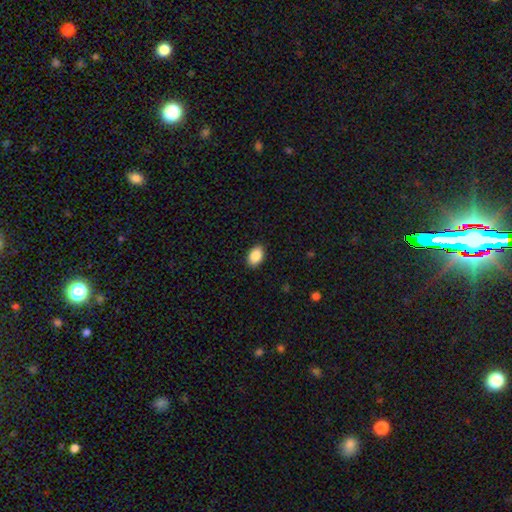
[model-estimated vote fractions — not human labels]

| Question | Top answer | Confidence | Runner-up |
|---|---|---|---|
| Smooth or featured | smooth | 89% | star or artifact (7%) |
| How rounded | in between | 85% | round (14%) |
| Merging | none | 89% | minor disturbance (8%) |